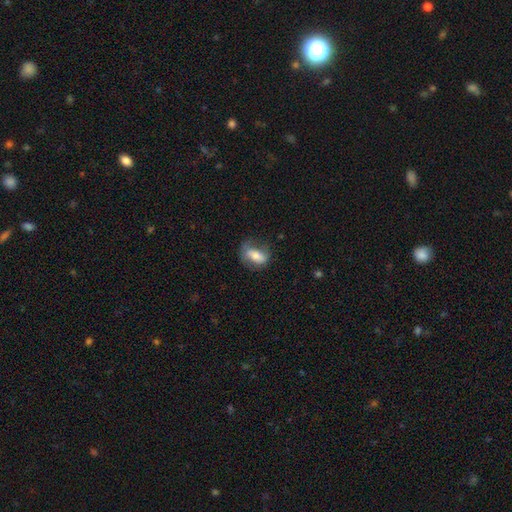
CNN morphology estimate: type=smooth (59%); roundness=in between (81%); merging=none (56%).